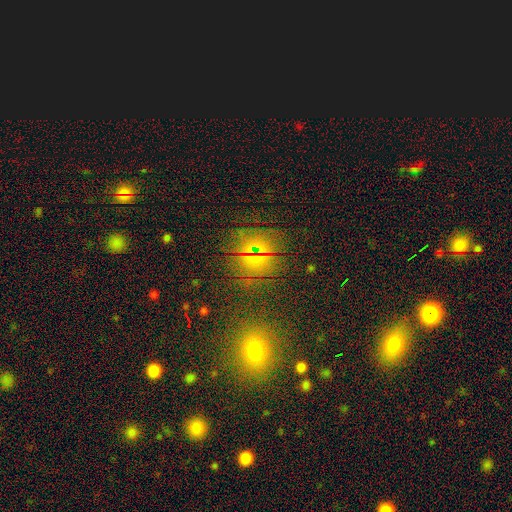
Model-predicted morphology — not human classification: Smooth or featured: star or artifact — 46% (smooth — 43%)